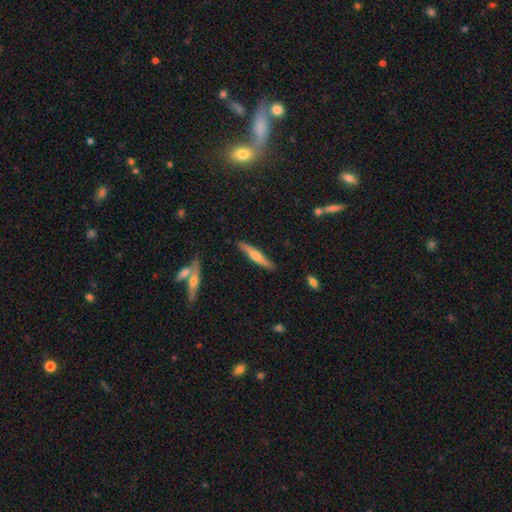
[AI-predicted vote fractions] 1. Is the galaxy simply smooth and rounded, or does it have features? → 56% featured or disk, 39% smooth, 6% star or artifact.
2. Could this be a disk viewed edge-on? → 95% yes, 5% no.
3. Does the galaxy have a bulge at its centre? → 87% rounded, 8% none, 5% boxy.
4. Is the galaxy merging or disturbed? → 89% none, 8% minor disturbance, 2% merger, 2% major disturbance.